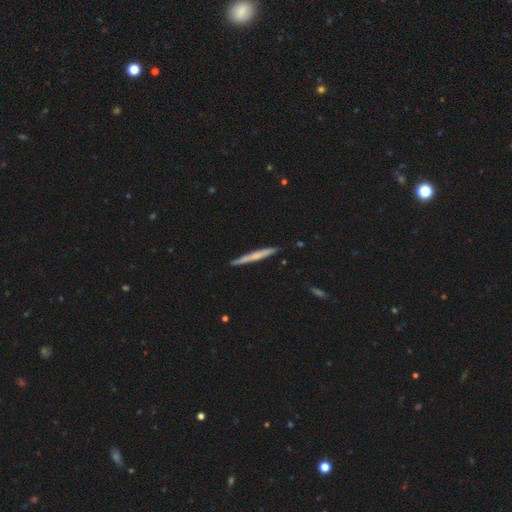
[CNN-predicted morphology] Smooth or featured?
  - smooth: 51% *
  - featured or disk: 44%
  - star or artifact: 6%
How rounded?
  - cigar-shaped: 97% *
  - in between: 2%
  - round: 1%
Merging?
  - none: 90% *
  - minor disturbance: 7%
  - merger: 1%
  - major disturbance: 1%